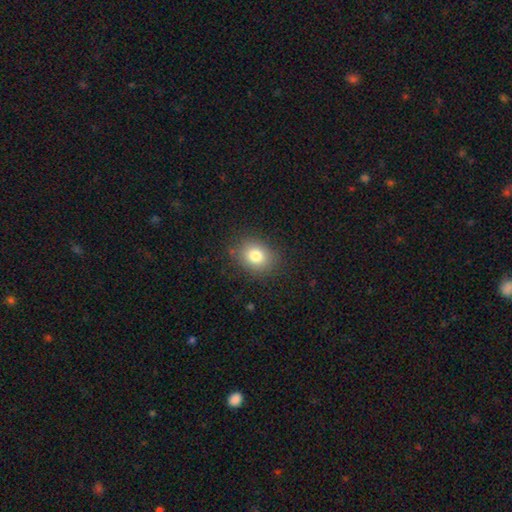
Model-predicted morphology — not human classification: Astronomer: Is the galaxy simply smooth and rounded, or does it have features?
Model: smooth — 81%.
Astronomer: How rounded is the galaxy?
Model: round — 55% (runner-up: in between, 44%).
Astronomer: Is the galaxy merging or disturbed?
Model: none — 84%.